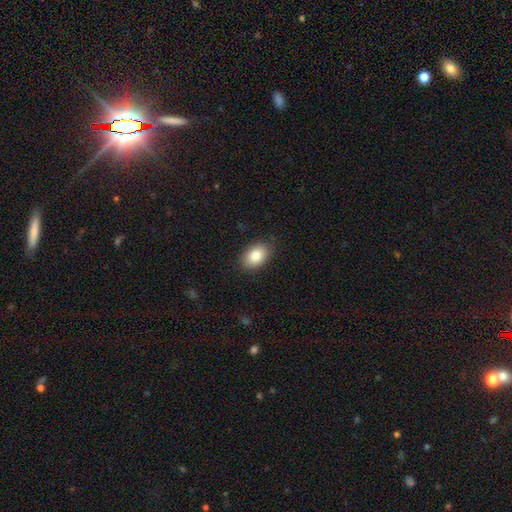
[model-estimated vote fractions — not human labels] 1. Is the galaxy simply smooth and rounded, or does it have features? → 84% smooth, 9% featured or disk, 7% star or artifact.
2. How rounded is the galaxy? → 86% in between, 12% round, 1% cigar-shaped.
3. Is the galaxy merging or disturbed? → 87% none, 10% minor disturbance, 2% major disturbance, 1% merger.